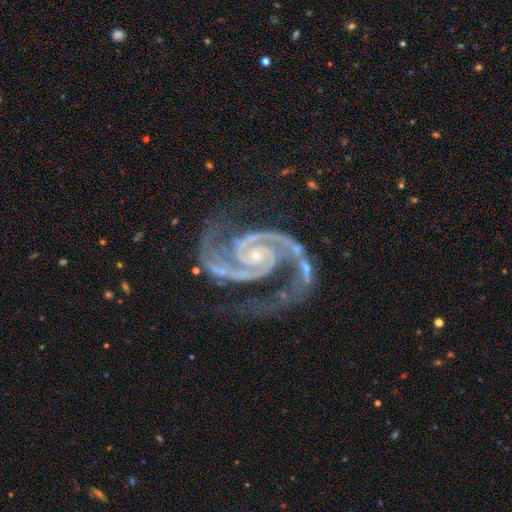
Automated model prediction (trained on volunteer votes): The model was most divided on "spiral winding": medium: 55%, tight: 38%, loose: 7%. More confident: spiral arms — yes (99%); edge-on disk — no (98%); smooth or featured — featured or disk (94%); spiral arm count — 2 (93%); bulge size — small (77%); merging — none (65%); bar — no (53%).